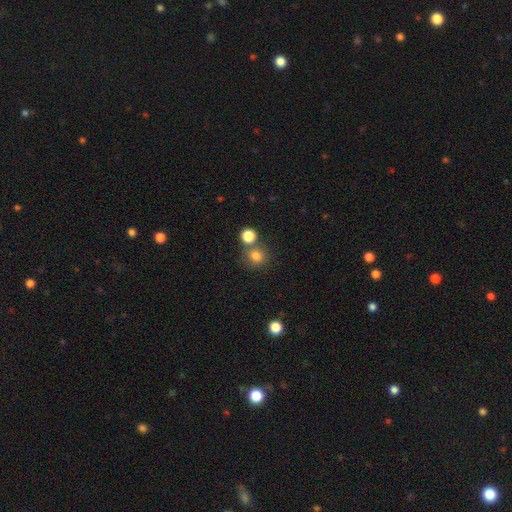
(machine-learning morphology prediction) This is clearly a smooth galaxy (80%). How rounded: clearly round (87%). Merging: likely none (66%).